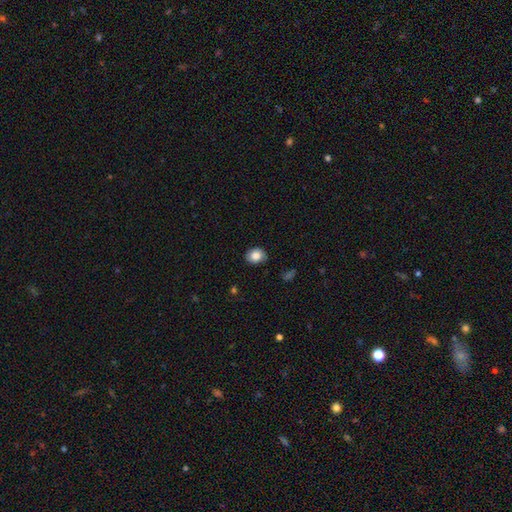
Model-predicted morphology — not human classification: The model was most divided on "how rounded": round: 64%, in between: 36%, cigar-shaped: 1%. More confident: merging — none (84%); smooth or featured — smooth (84%).